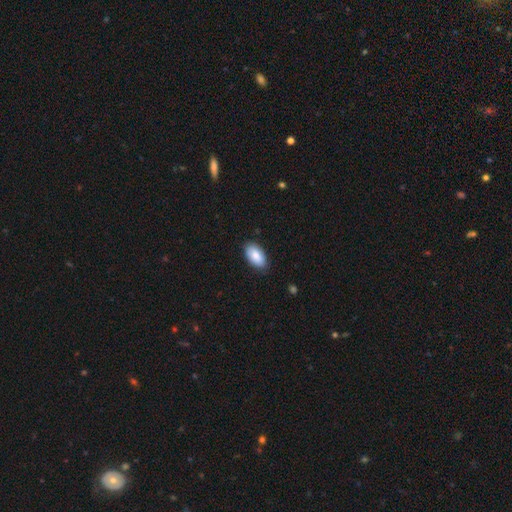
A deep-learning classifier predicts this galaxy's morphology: Smooth or featured? smooth (86%)
How rounded? in between (95%)
Merging? none (84%)